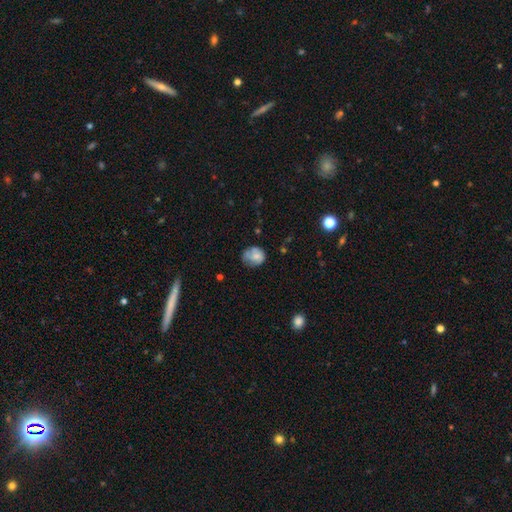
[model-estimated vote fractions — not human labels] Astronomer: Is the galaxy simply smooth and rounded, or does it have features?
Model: smooth — 59%.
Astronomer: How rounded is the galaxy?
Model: round — 60% (runner-up: in between, 39%).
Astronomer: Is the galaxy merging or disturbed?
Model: none — 44% (runner-up: minor disturbance, 32%).